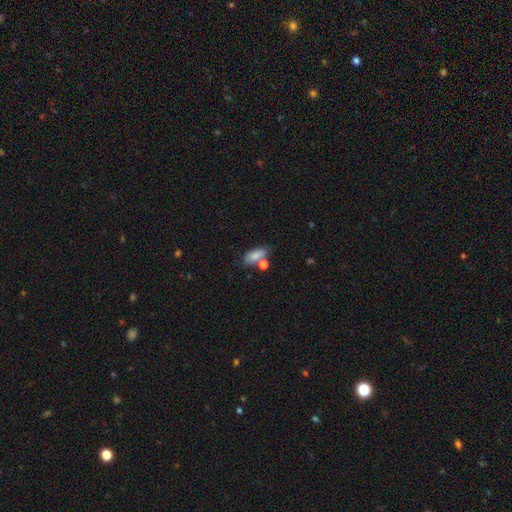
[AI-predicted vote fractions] The model was most divided on "merging": none: 55%, merger: 23%, minor disturbance: 16%, major disturbance: 6%. More confident: how rounded — in between (81%); smooth or featured — smooth (80%).